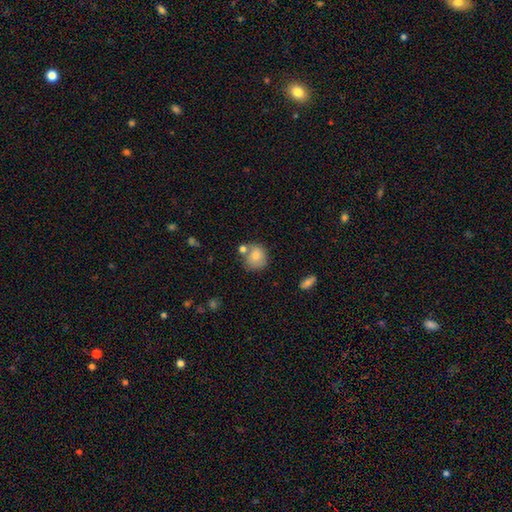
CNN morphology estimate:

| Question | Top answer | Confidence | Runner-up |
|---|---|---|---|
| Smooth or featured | smooth | 79% | featured or disk (12%) |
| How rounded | round | 83% | in between (16%) |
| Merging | none | 59% | merger (21%) |